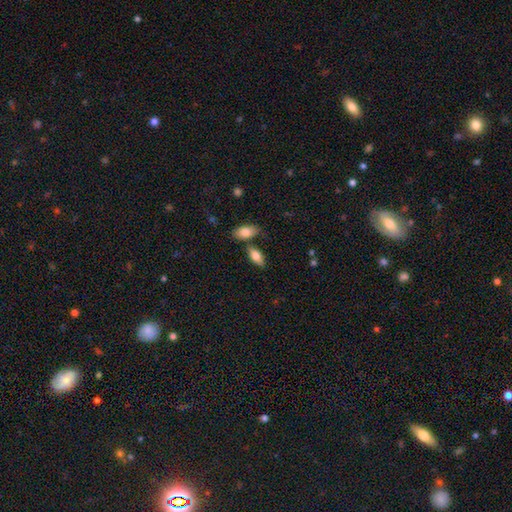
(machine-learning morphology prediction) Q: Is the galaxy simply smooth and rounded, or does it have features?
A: smooth — 78%.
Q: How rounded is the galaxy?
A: in between — 86%.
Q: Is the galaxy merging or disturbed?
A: none — 67%.